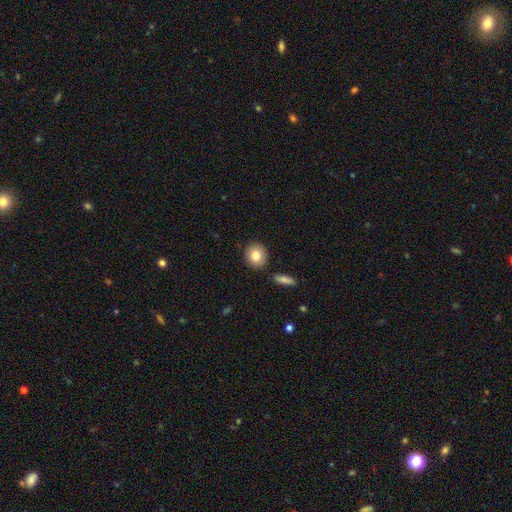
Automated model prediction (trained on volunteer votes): smooth-or-featured: smooth: 81% | featured or disk: 11% | star or artifact: 8%
  how-rounded: round: 83% | in between: 16% | cigar-shaped: 1%
  merging: none: 88% | minor disturbance: 7% | merger: 3% | major disturbance: 2%